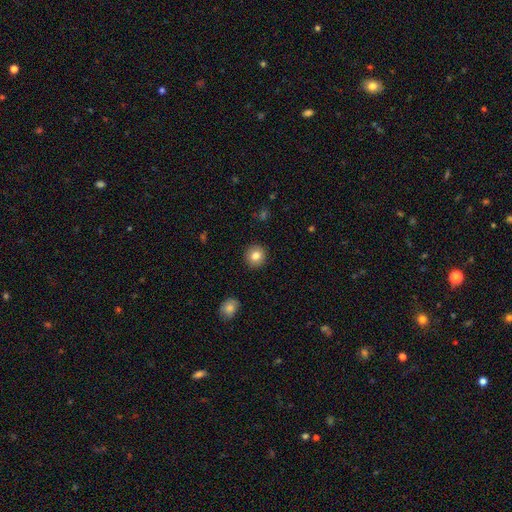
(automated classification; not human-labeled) This appears to be a smooth galaxy with no disk features (83%) that is round (93%). Merging: none (92%).